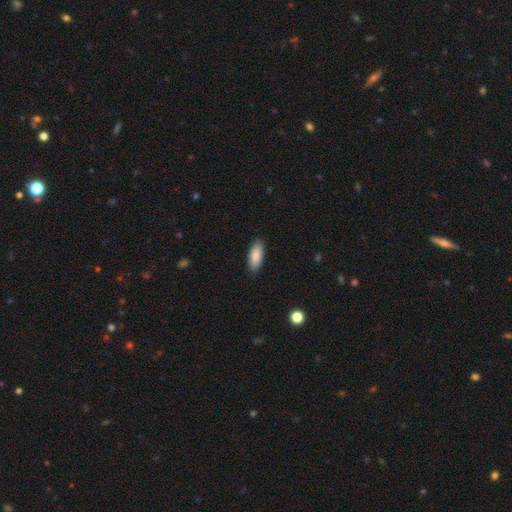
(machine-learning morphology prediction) Q: Smooth or featured?
A: smooth (87%); runner-up: featured or disk (7%)
Q: How rounded?
A: in between (79%); runner-up: cigar-shaped (20%)
Q: Merging?
A: none (89%); runner-up: minor disturbance (8%)